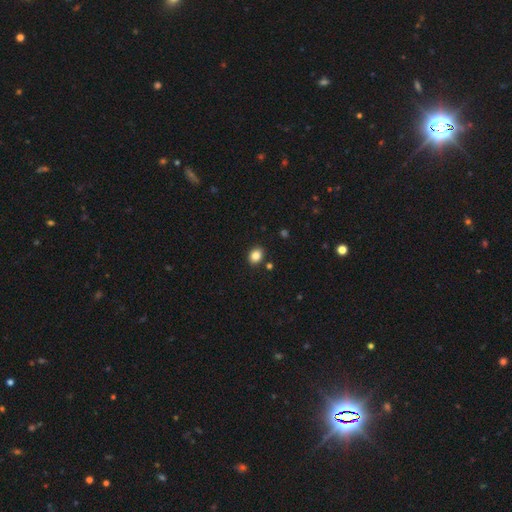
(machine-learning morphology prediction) smooth-or-featured: smooth: 85% | star or artifact: 10% | featured or disk: 5%
  how-rounded: round: 51% | in between: 48% | cigar-shaped: 1%
  merging: none: 87% | minor disturbance: 8% | merger: 3% | major disturbance: 2%